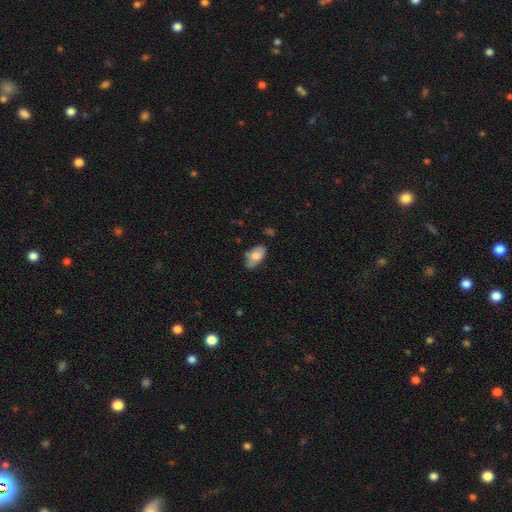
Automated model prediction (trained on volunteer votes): A smooth galaxy with no disk features (74%) that is in between round and cigar-shaped (93%). Merging: none (67%).